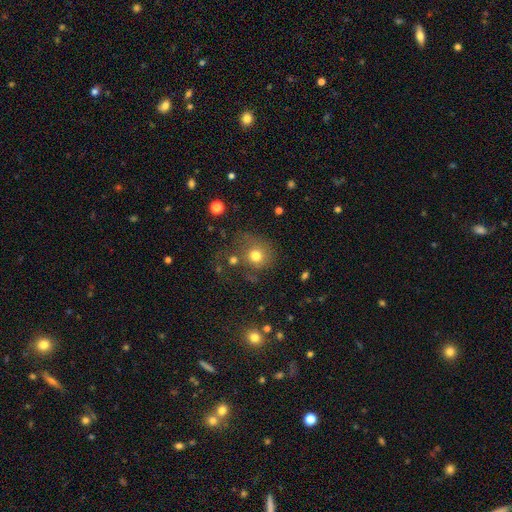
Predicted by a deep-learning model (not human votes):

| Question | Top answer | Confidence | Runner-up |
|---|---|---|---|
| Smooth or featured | smooth | 71% | featured or disk (15%) |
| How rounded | round | 82% | in between (17%) |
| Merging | none | 48% | major disturbance (21%) |